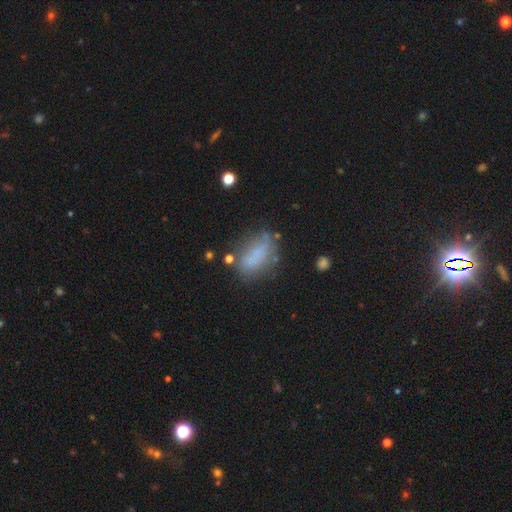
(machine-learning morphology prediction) Smooth or featured? Predicted: smooth (p=0.64). How rounded? Predicted: in between (p=0.83). Merging? Predicted: none (p=0.48).